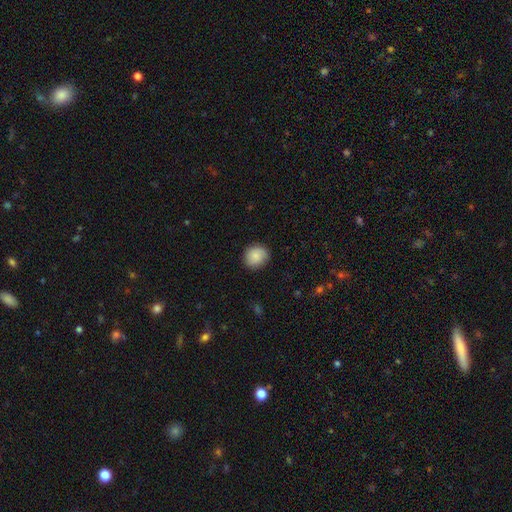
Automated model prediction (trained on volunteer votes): smooth_or_featured: smooth (p=0.86) [alt: star or artifact p=0.07]
how_rounded: round (p=0.80) [alt: in between p=0.19]
merging: none (p=0.86) [alt: minor disturbance p=0.11]